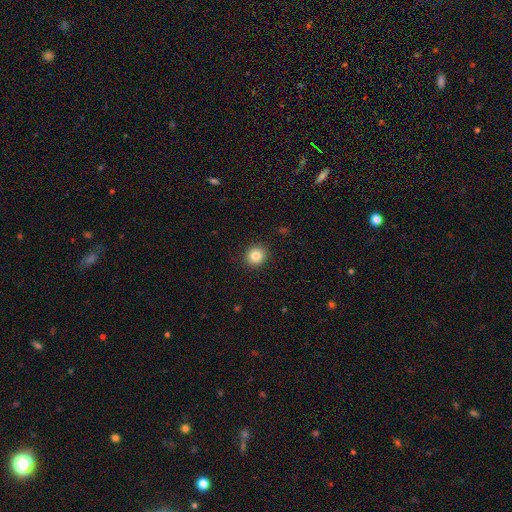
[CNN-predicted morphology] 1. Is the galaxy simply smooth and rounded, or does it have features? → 84% smooth, 10% star or artifact, 6% featured or disk.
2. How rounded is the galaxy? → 87% round, 12% in between, 1% cigar-shaped.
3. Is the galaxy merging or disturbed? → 91% none, 6% minor disturbance, 2% major disturbance, 1% merger.